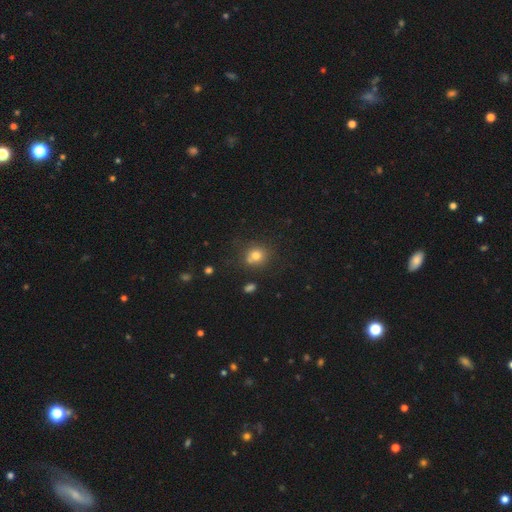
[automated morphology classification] smooth 75%, star or artifact 15%, featured or disk 10%. Down the decision tree: how rounded — round (81%); merging — none (65%).